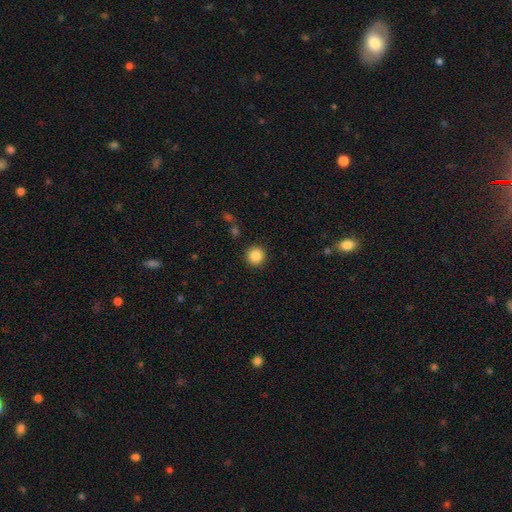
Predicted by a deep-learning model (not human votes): Morphology: type=smooth (87%); roundness=round (95%); merging=none (91%).